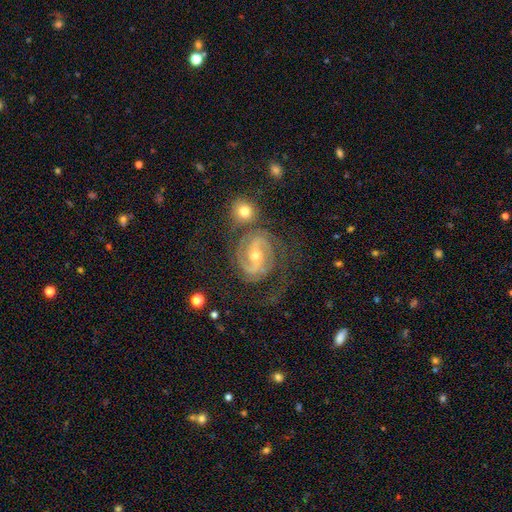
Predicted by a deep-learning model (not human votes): Smooth or featured? featured or disk (90%)
Edge-on disk? no (97%)
Bar? weak (42%)
Spiral arms? yes (98%)
Spiral winding? tight (49%)
Spiral arm count? 2 (67%)
Bulge size? moderate (50%)
Merging? none (59%)